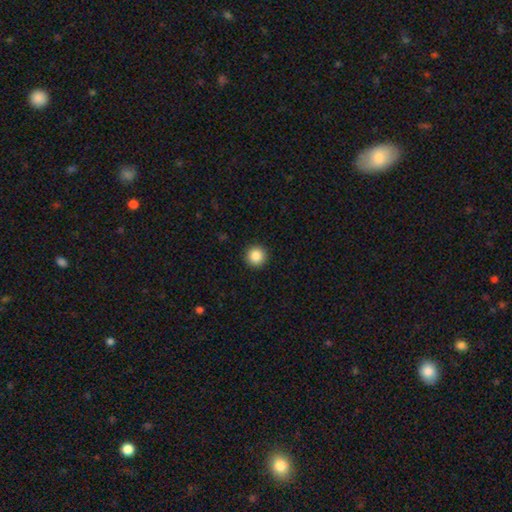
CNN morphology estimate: Overall: smooth (86%). How rounded: round (96%). Merging: none (93%).